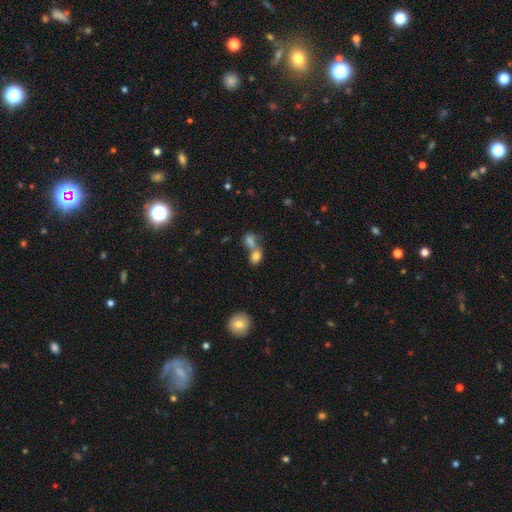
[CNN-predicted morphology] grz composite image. It shows a smooth galaxy with no disk features (80%) that is in between round and cigar-shaped (68%). Merging: merger (65%).